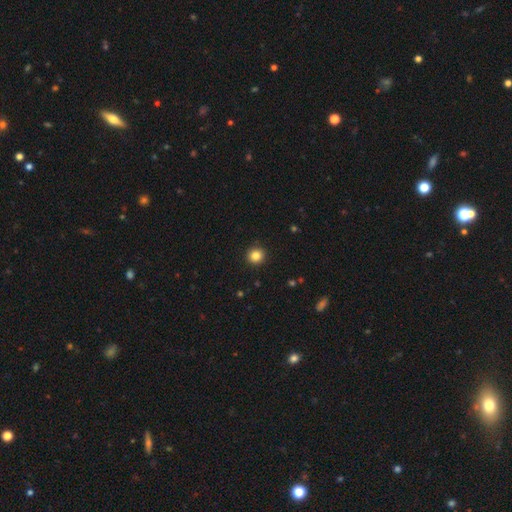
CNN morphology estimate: smooth 84%, star or artifact 11%, featured or disk 5%. Down the decision tree: how rounded — round (94%); merging — none (93%).